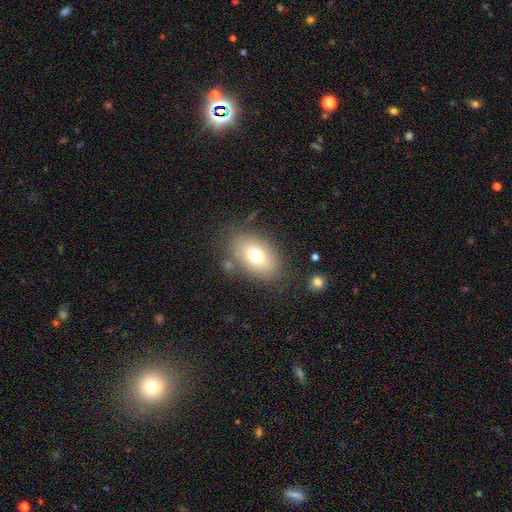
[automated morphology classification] A smooth galaxy with no disk features (71%) that is in between round and cigar-shaped (84%). Merging: none (75%).